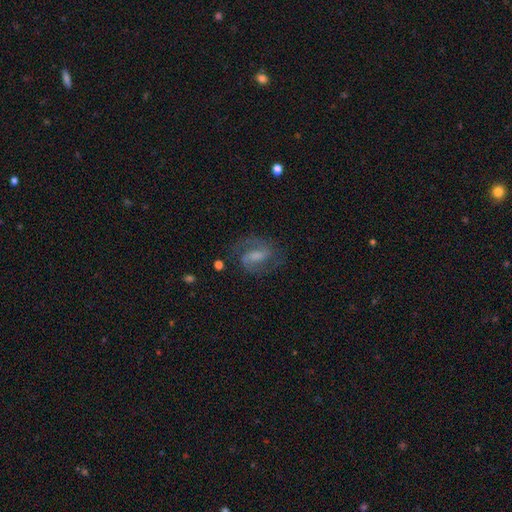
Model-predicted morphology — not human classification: Smooth or featured? Predicted: featured or disk (p=0.79). Edge-on disk? Predicted: no (p=0.97). Bar? Predicted: weak (p=0.48). Spiral arms? Predicted: yes (p=0.95). Spiral winding? Predicted: medium (p=0.57). Spiral arm count? Predicted: 2 (p=0.89). Bulge size? Predicted: moderate (p=0.30). Merging? Predicted: none (p=0.73).